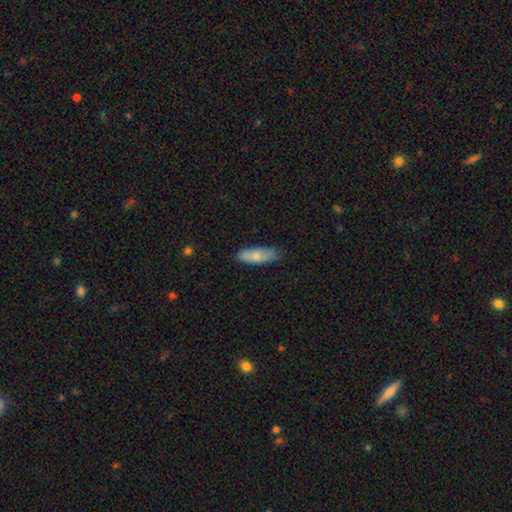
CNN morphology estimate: type=smooth (76%); roundness=in between (59%); merging=none (73%).